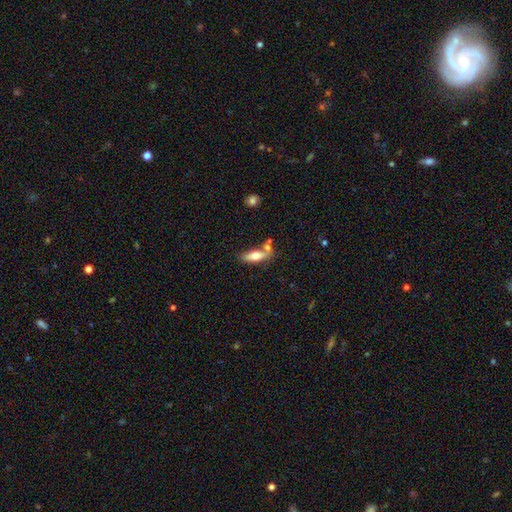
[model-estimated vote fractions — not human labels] This is likely a smooth galaxy (65%). How rounded: possibly in between (58%). Merging: possibly none (57%).